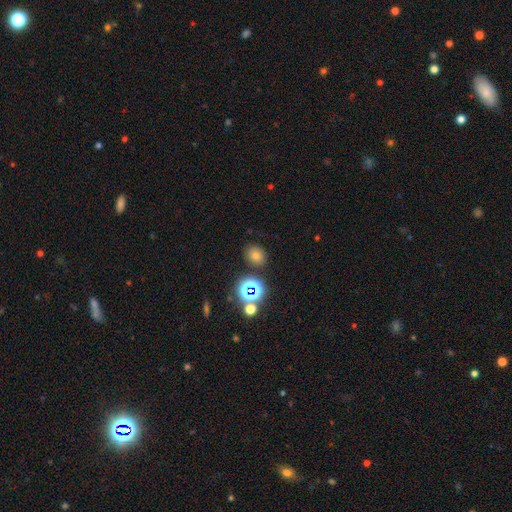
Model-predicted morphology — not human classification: smooth-or-featured: smooth: 60% | star or artifact: 31% | featured or disk: 9%
  how-rounded: round: 59% | in between: 40% | cigar-shaped: 1%
  merging: none: 82% | minor disturbance: 10% | merger: 4% | major disturbance: 4%